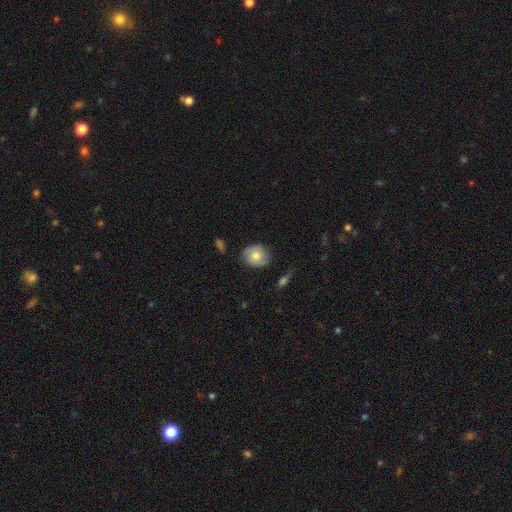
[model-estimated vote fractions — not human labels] Q: Smooth or featured?
A: smooth (53%); runner-up: featured or disk (39%)
Q: How rounded?
A: round (68%); runner-up: in between (31%)
Q: Merging?
A: none (73%); runner-up: minor disturbance (20%)